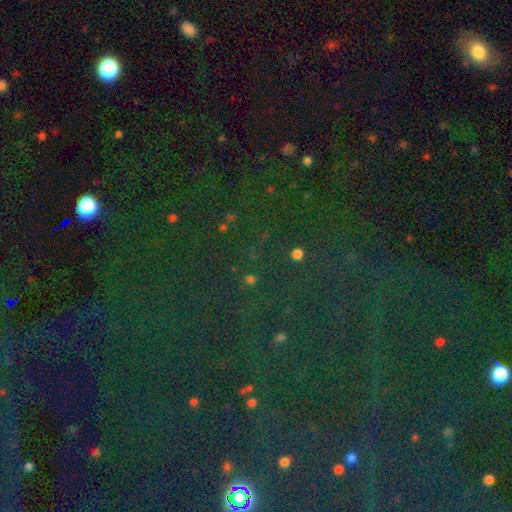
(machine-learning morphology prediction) Overall: star or artifact (80%).